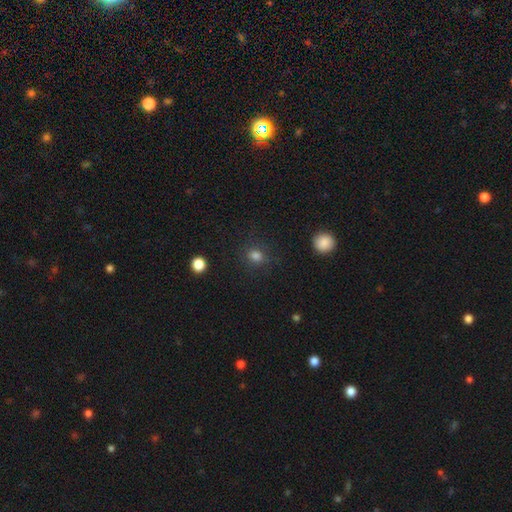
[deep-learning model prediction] Smooth or featured? Predicted: smooth (p=0.81). How rounded? Predicted: round (p=0.67). Merging? Predicted: none (p=0.82).